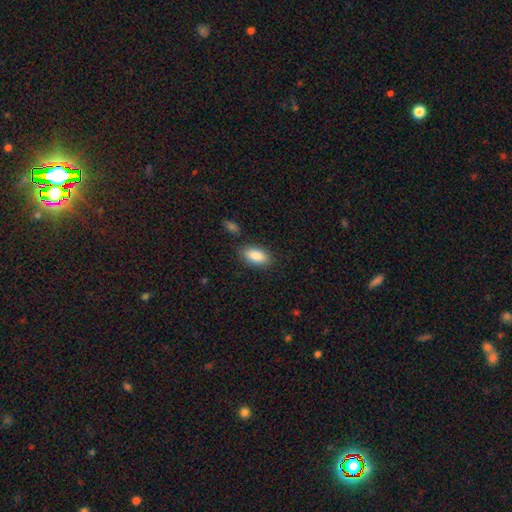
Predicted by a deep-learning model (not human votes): Q: Smooth or featured?
A: smooth (88%); runner-up: star or artifact (7%)
Q: How rounded?
A: in between (92%); runner-up: cigar-shaped (5%)
Q: Merging?
A: none (83%); runner-up: minor disturbance (11%)